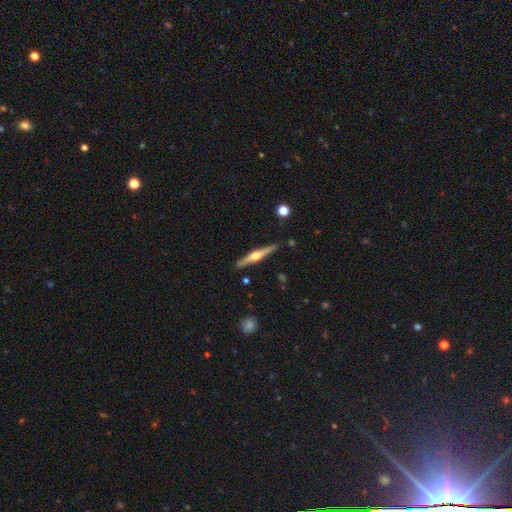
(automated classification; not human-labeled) Morphology: type=featured or disk (75%); edge-on=yes (98%); edge-on bulge=rounded (93%); merging=none (90%).